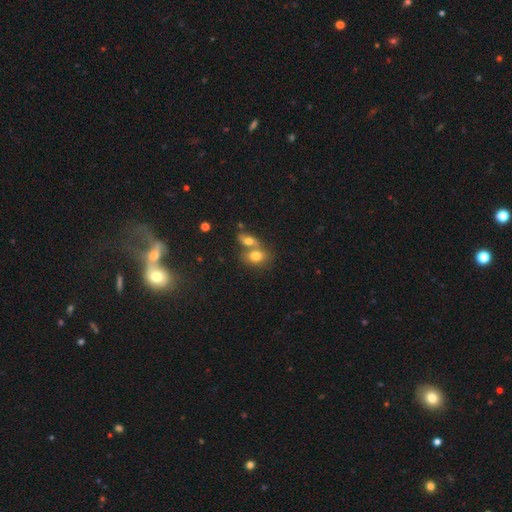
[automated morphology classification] Q: Smooth or featured?
A: smooth (75%); runner-up: featured or disk (15%)
Q: How rounded?
A: in between (72%); runner-up: round (25%)
Q: Merging?
A: merger (59%); runner-up: none (30%)